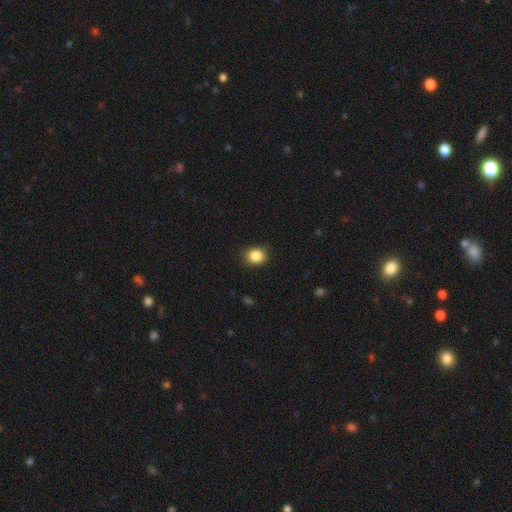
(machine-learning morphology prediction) The model was most divided on "how rounded": round: 63%, in between: 36%, cigar-shaped: 1%. More confident: merging — none (87%); smooth or featured — smooth (87%).